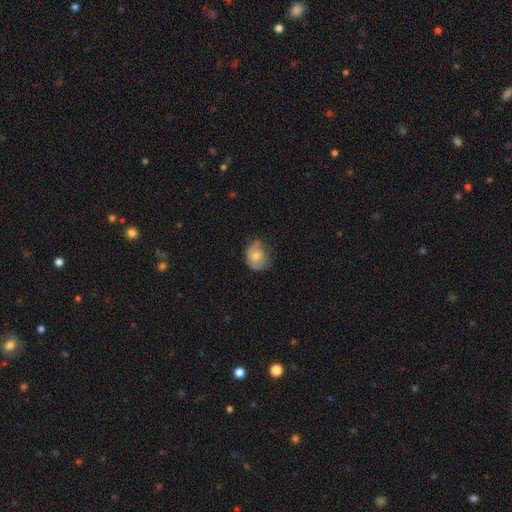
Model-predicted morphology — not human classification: Smooth or featured: smooth — 64% (featured or disk — 27%)
How rounded: round — 60% (in between — 39%)
Merging: none — 59% (minor disturbance — 31%)